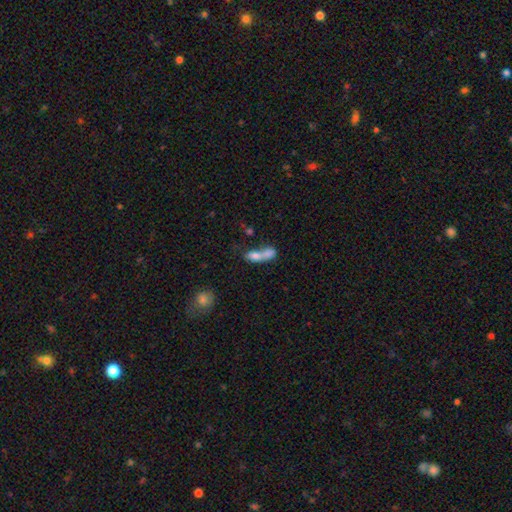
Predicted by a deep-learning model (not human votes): Smooth or featured? smooth (70%)
How rounded? in between (61%)
Merging? merger (66%)